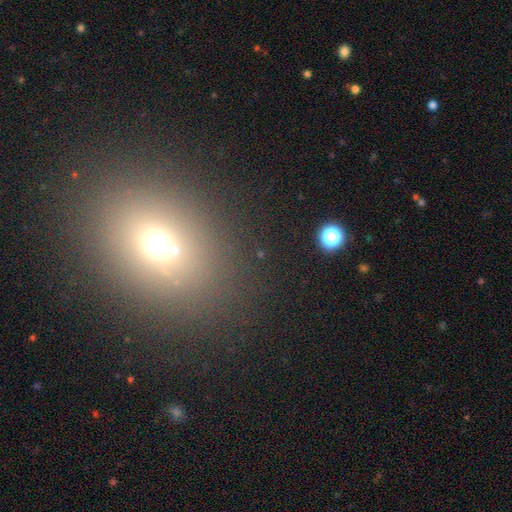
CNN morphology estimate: The model was most divided on "how rounded": in between: 58%, round: 40%, cigar-shaped: 2%. More confident: merging — none (87%); smooth or featured — smooth (61%).